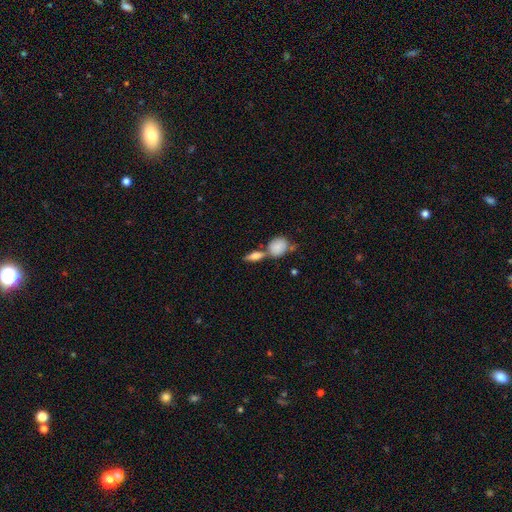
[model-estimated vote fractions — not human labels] The model was most divided on "merging": none: 51%, merger: 33%, minor disturbance: 11%, major disturbance: 4%. More confident: smooth or featured — smooth (70%); how rounded — in between (64%).